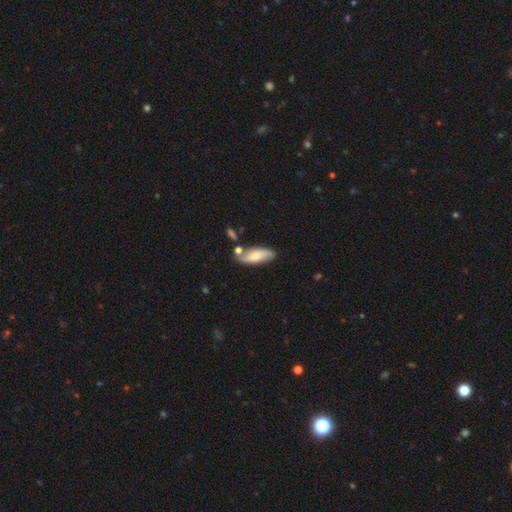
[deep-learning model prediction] Smooth or featured?
  - smooth: 57% *
  - featured or disk: 37%
  - star or artifact: 6%
How rounded?
  - in between: 69% *
  - cigar-shaped: 29%
  - round: 3%
Merging?
  - none: 67% *
  - minor disturbance: 16%
  - merger: 13%
  - major disturbance: 4%